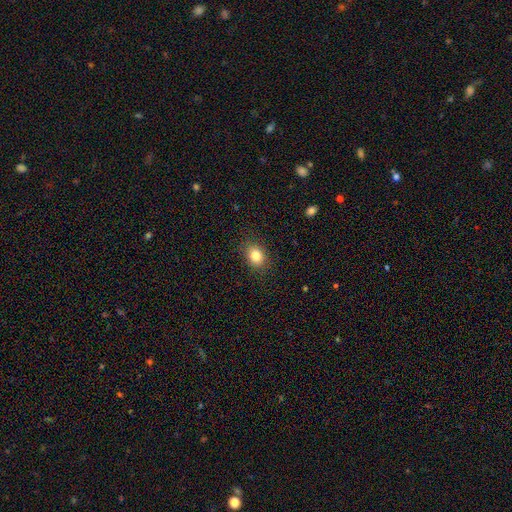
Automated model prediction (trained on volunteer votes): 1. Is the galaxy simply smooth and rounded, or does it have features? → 83% smooth, 10% star or artifact, 7% featured or disk.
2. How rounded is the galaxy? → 61% in between, 38% round, 1% cigar-shaped.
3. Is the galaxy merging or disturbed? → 86% none, 10% minor disturbance, 3% major disturbance, 1% merger.